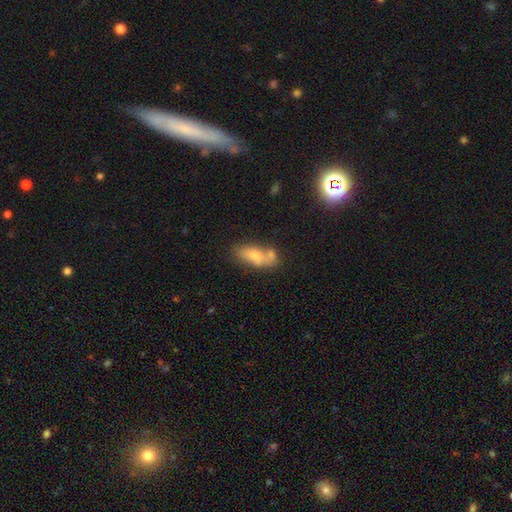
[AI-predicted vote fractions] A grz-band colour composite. It shows a smooth galaxy with no disk features (68%) that is in between round and cigar-shaped (77%). Merging: none (48%).